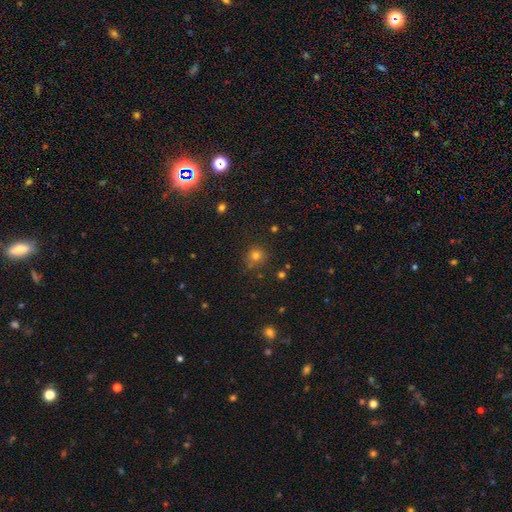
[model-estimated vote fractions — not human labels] A smooth galaxy with no disk features (77%) that is round (88%). Merging: none (79%).